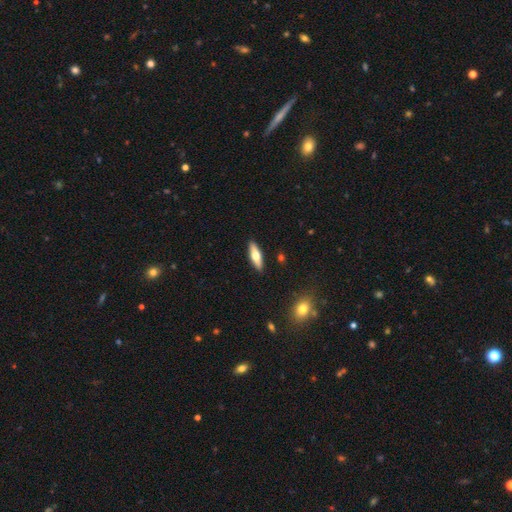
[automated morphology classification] smooth-or-featured: smooth: 53% | featured or disk: 42% | star or artifact: 6%
  how-rounded: cigar-shaped: 56% | in between: 41% | round: 2%
  merging: none: 90% | minor disturbance: 7% | major disturbance: 2% | merger: 1%